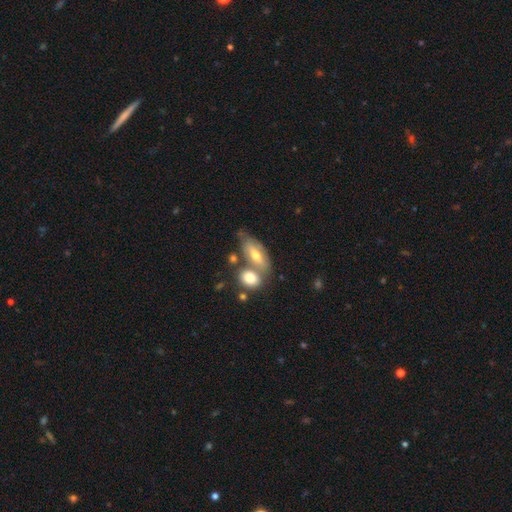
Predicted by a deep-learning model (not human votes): Smooth or featured?
  - smooth: 54% *
  - featured or disk: 38%
  - star or artifact: 8%
How rounded?
  - in between: 73% *
  - cigar-shaped: 19%
  - round: 8%
Merging?
  - none: 41% *
  - merger: 38%
  - minor disturbance: 15%
  - major disturbance: 6%